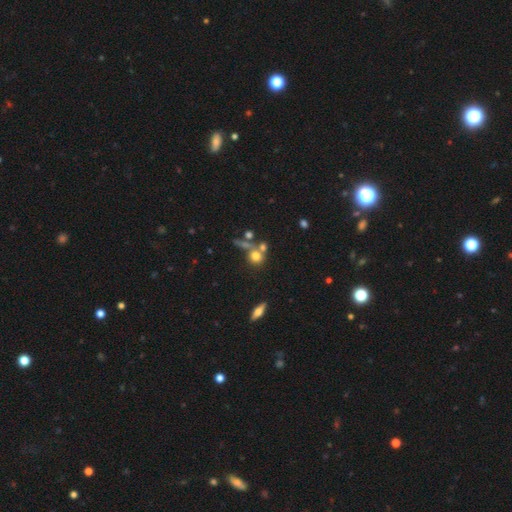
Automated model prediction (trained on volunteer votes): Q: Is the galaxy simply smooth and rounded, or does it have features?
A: smooth — 69%.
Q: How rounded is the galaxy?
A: round — 81%.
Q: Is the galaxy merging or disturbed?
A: none — 46%.